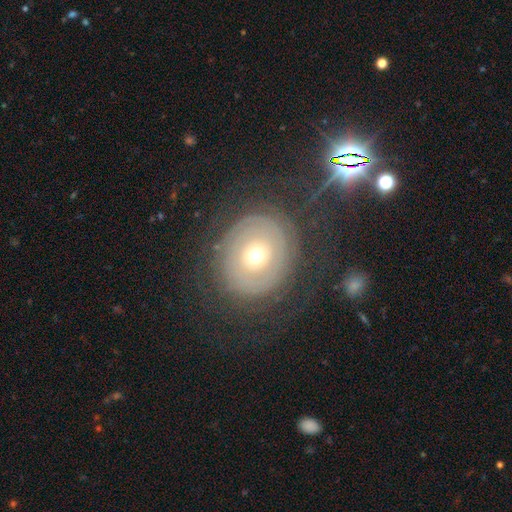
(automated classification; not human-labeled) This is possibly a featured or disk galaxy (55%). It is clearly not viewed edge-on (95%). Bar: clearly no (87%). Spiral arm pattern: possibly yes (53%). Central bulge: possibly small (55%). Merging: likely none (73%).